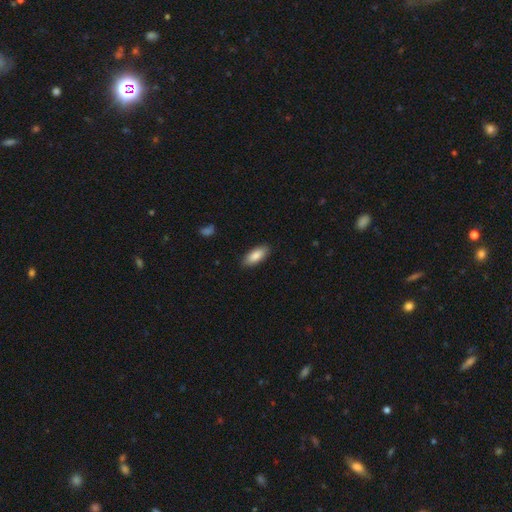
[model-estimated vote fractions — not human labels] Smooth or featured? smooth (87%)
How rounded? in between (80%)
Merging? none (88%)